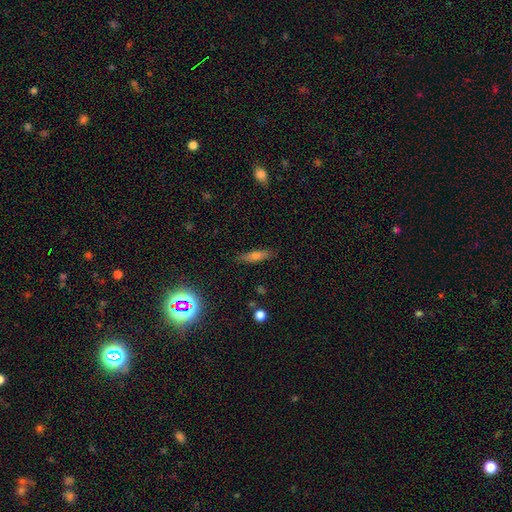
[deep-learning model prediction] A smooth galaxy with no disk features (58%) that is cigar-shaped (68%).

Vote fractions:
- Smooth or featured? smooth: 58% / featured or disk: 31% / star or artifact: 11%
- How rounded? cigar-shaped: 68% / in between: 28% / round: 3%
- Merging? none: 86% / minor disturbance: 10% / major disturbance: 2% / merger: 1%